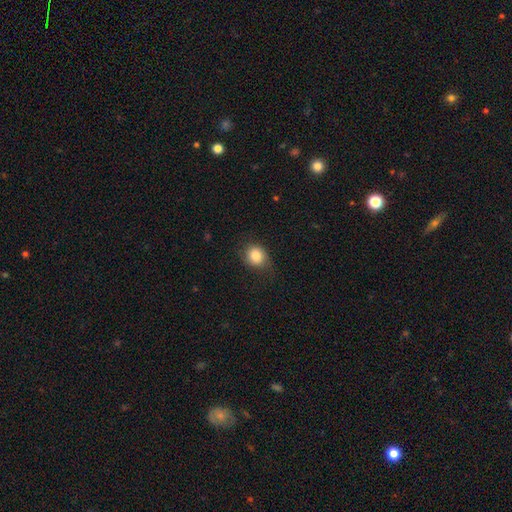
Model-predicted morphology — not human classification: A smooth galaxy with no disk features (82%) that is round (72%).

Vote fractions:
- Smooth or featured? smooth: 82% / star or artifact: 9% / featured or disk: 8%
- How rounded? round: 72% / in between: 27% / cigar-shaped: 1%
- Merging? none: 69% / minor disturbance: 22% / major disturbance: 7% / merger: 1%